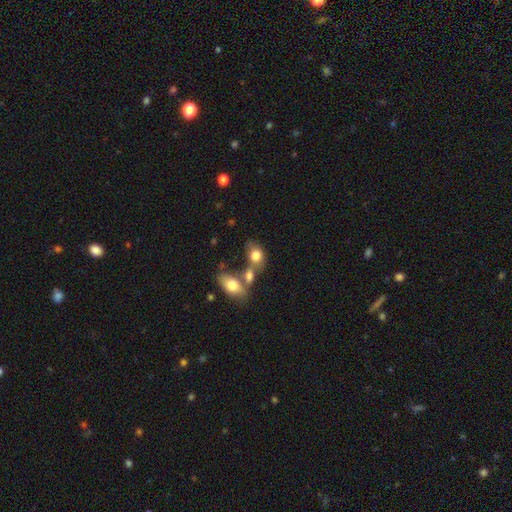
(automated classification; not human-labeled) smooth_or_featured: smooth (p=0.78) [alt: featured or disk p=0.14]
how_rounded: in between (p=0.73) [alt: round p=0.25]
merging: merger (p=0.44) [alt: none p=0.35]